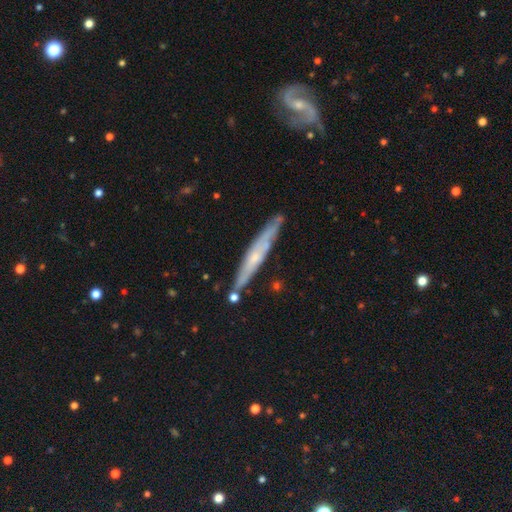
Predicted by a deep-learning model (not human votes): Smooth or featured? featured or disk (62%)
Edge-on disk? yes (85%)
Edge-on bulge? none (51%)
Merging? none (80%)